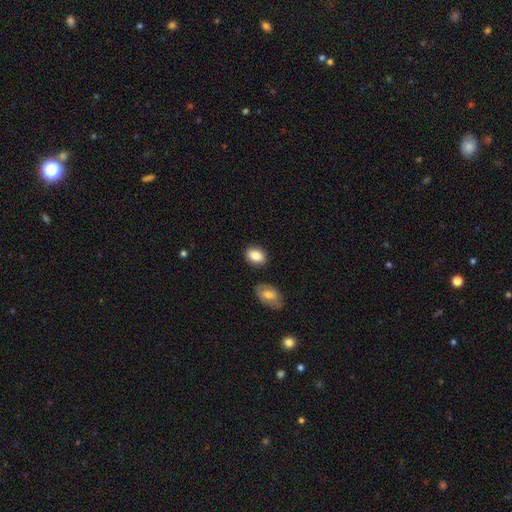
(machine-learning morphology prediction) Smooth or featured? smooth (84%)
How rounded? in between (76%)
Merging? none (83%)